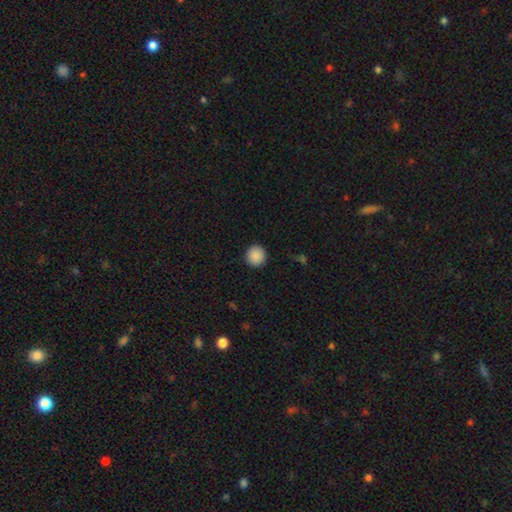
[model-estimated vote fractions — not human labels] Morphology: type=smooth (89%); roundness=round (93%); merging=none (92%).